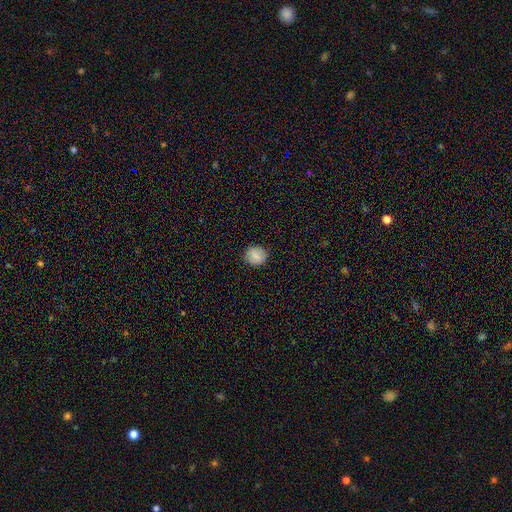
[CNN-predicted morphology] The model was most divided on "how rounded": round: 79%, in between: 20%, cigar-shaped: 1%. More confident: merging — none (88%); smooth or featured — smooth (83%).